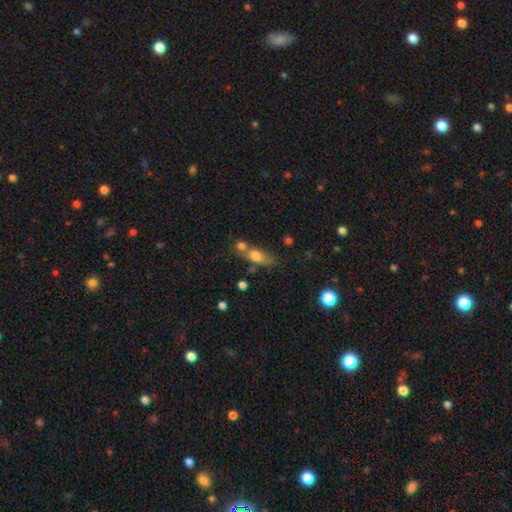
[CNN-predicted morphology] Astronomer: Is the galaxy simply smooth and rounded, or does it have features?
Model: smooth — 73%.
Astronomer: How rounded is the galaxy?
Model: in between — 67%.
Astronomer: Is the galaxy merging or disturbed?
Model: none — 40% (runner-up: merger, 34%).